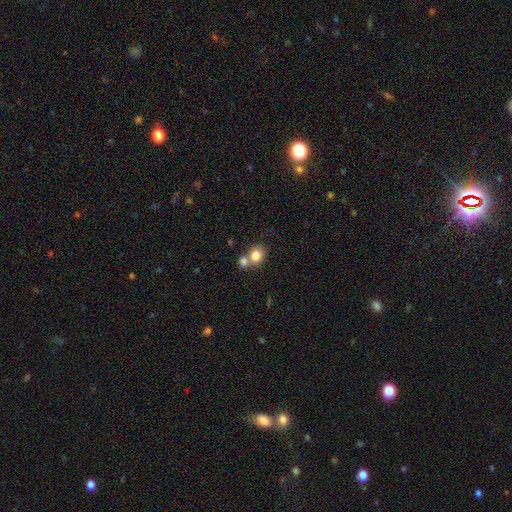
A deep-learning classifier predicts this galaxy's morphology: This is clearly a smooth galaxy (81%). How rounded: likely round (66%). Merging: possibly merger (47%).